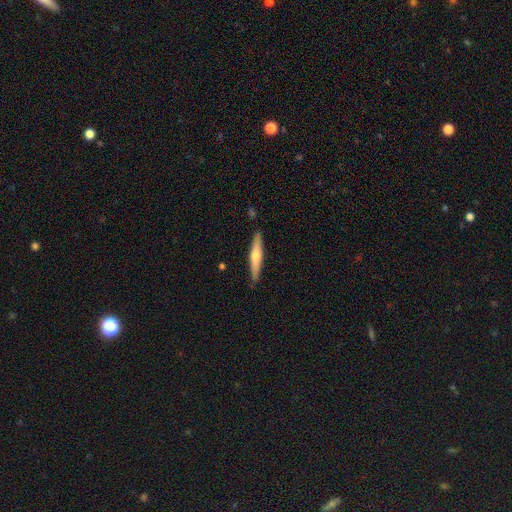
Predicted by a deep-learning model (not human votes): Smooth or featured? Predicted: smooth (p=0.51). How rounded? Predicted: cigar-shaped (p=0.90). Merging? Predicted: none (p=0.88).